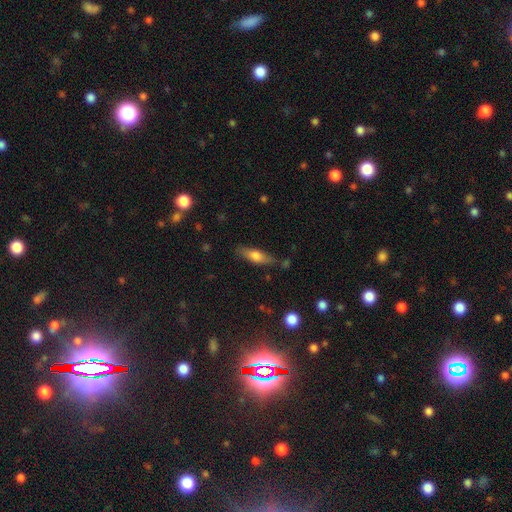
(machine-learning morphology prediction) type=smooth (64%); roundness=cigar-shaped (51%); merging=none (76%).